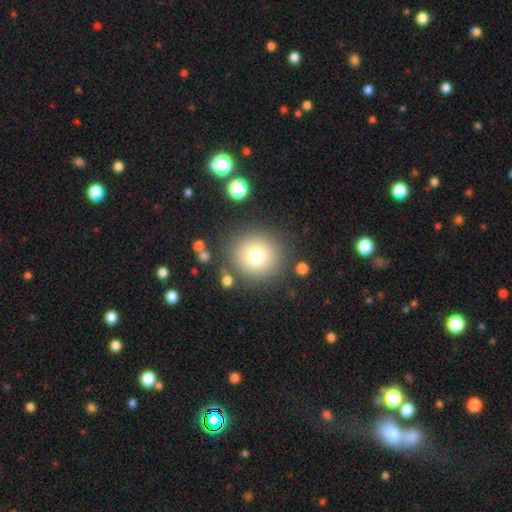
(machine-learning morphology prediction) type=smooth (74%); roundness=round (95%); merging=none (85%).